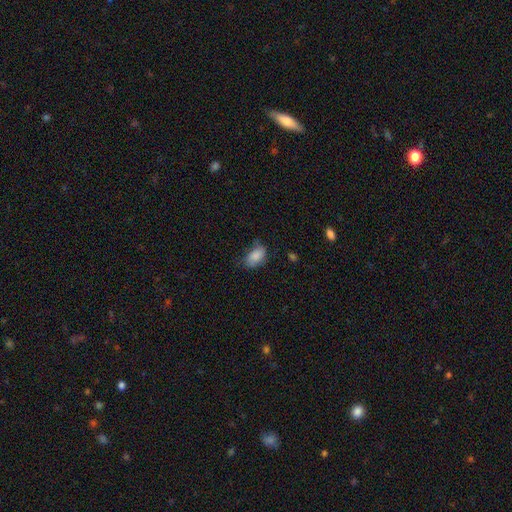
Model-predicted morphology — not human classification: Smooth or featured: smooth — 84% (featured or disk — 8%)
How rounded: in between — 91% (round — 7%)
Merging: none — 55% (minor disturbance — 32%)